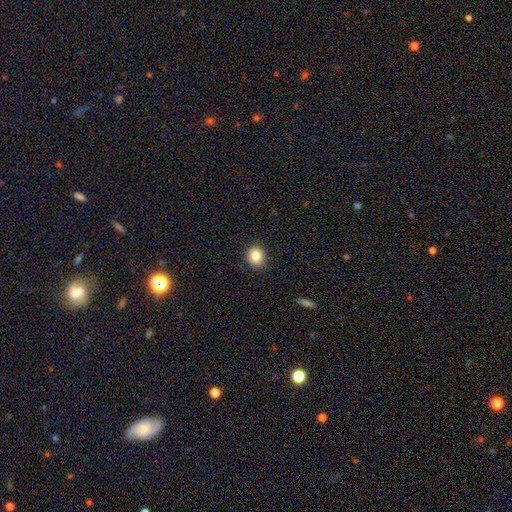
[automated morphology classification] type=smooth (82%); roundness=round (78%); merging=none (90%).